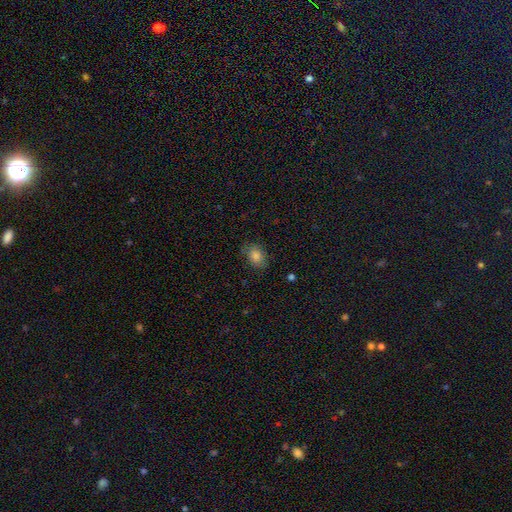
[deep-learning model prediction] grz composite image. It shows a smooth galaxy with no disk features (81%) that is in between round and cigar-shaped (65%). Merging: none (79%).